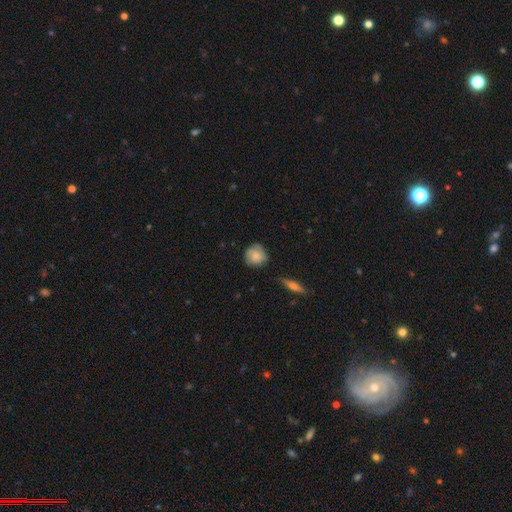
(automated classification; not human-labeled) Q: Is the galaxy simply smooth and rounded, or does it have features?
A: smooth — 76%.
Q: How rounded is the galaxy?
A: round — 84%.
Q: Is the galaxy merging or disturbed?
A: none — 68%.